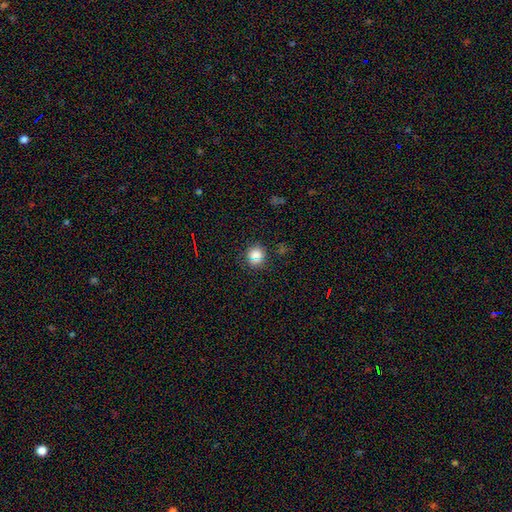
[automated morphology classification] Smooth or featured? Predicted: smooth (p=0.75). How rounded? Predicted: round (p=0.89). Merging? Predicted: none (p=0.85).